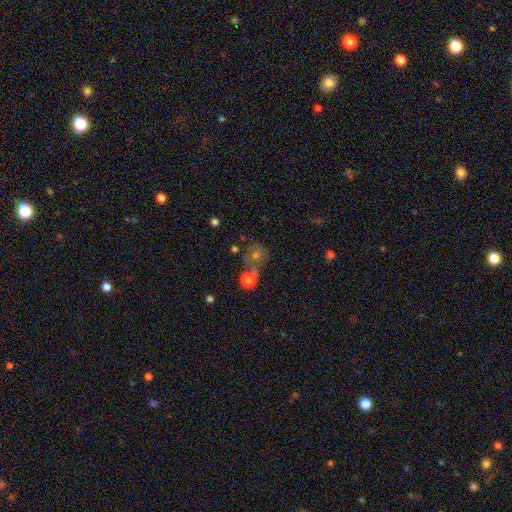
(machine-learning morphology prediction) smooth-or-featured: smooth: 46% | star or artifact: 32% | featured or disk: 22%
  merging: none: 49% | merger: 27% | minor disturbance: 13% | major disturbance: 11%